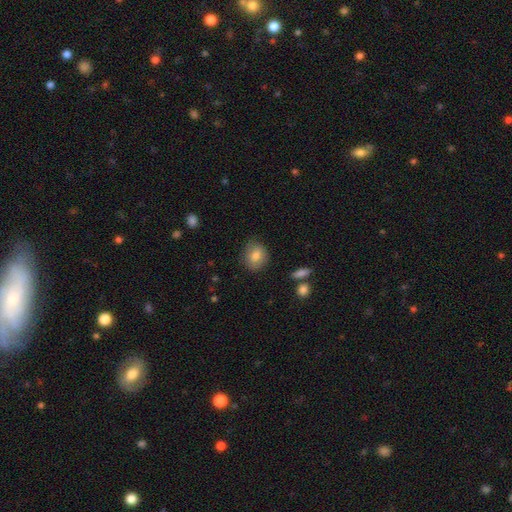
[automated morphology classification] A smooth galaxy with no disk features (80%) that is round (57%). Merging: none (79%).